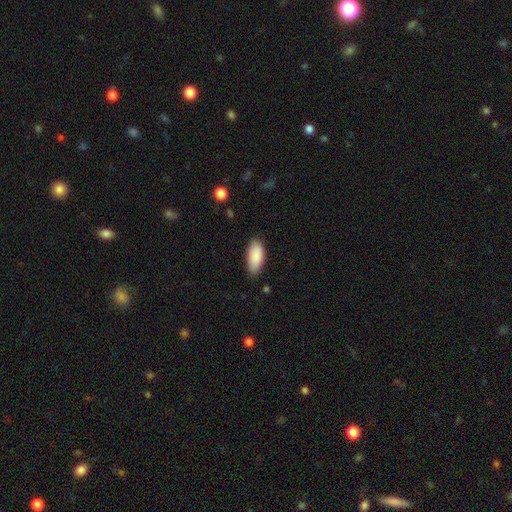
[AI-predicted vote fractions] A smooth galaxy with no disk features (89%) that is in between round and cigar-shaped (90%). Merging: none (82%).